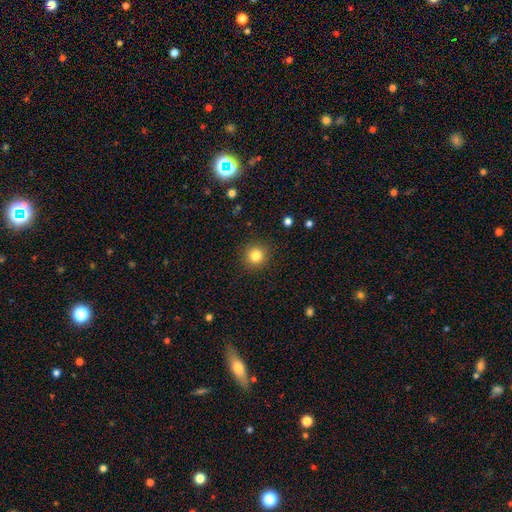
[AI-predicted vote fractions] A smooth galaxy with no disk features (83%) that is round (94%).

Vote fractions:
- Smooth or featured? smooth: 83% / star or artifact: 12% / featured or disk: 6%
- How rounded? round: 94% / in between: 5% / cigar-shaped: 1%
- Merging? none: 91% / minor disturbance: 6% / major disturbance: 2% / merger: 1%